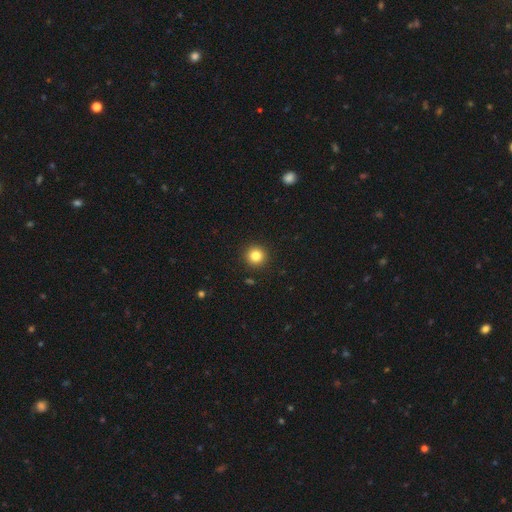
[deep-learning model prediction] smooth 83%, star or artifact 11%, featured or disk 6%. Down the decision tree: how rounded — round (95%); merging — none (92%).